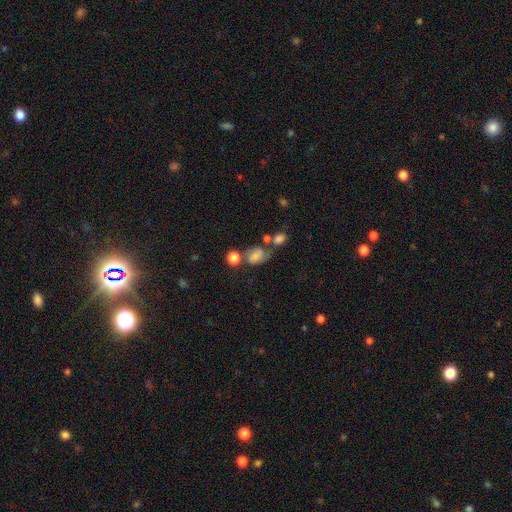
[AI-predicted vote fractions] smooth-or-featured: smooth: 61% | featured or disk: 26% | star or artifact: 13%
  how-rounded: in between: 63% | round: 36% | cigar-shaped: 1%
  merging: none: 33% | merger: 29% | minor disturbance: 21% | major disturbance: 18%